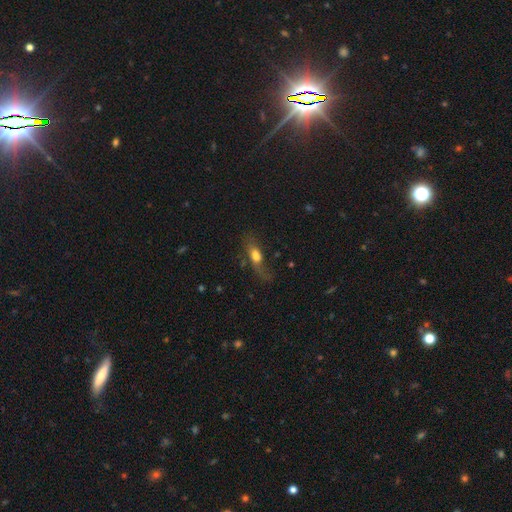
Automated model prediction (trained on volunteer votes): Q: Smooth or featured?
A: smooth (59%); runner-up: featured or disk (30%)
Q: How rounded?
A: in between (65%); runner-up: cigar-shaped (28%)
Q: Merging?
A: none (44%); runner-up: major disturbance (27%)